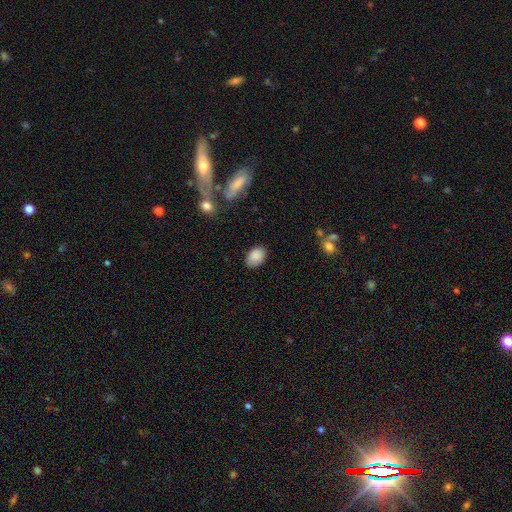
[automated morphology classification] This is clearly a smooth galaxy (87%). How rounded: clearly in between (83%). Merging: likely none (78%).